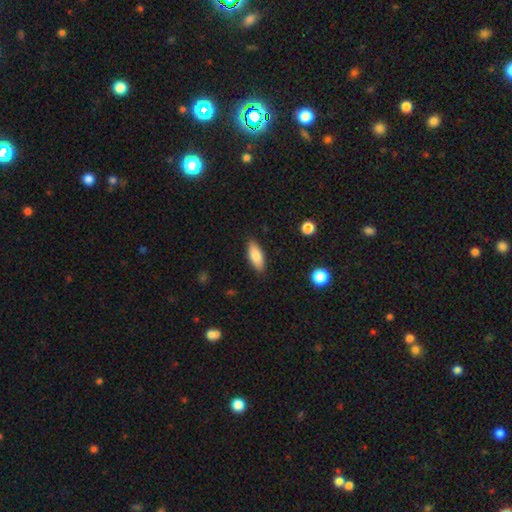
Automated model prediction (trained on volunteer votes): Overall: smooth (81%). How rounded: in between (77%). Merging: none (86%).